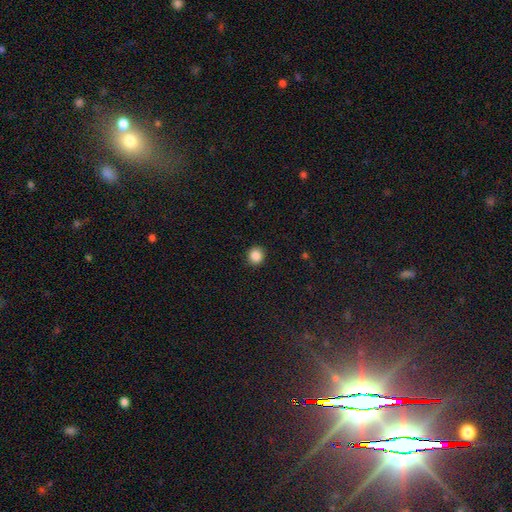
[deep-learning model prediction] Smooth or featured? smooth (87%)
How rounded? round (87%)
Merging? none (90%)